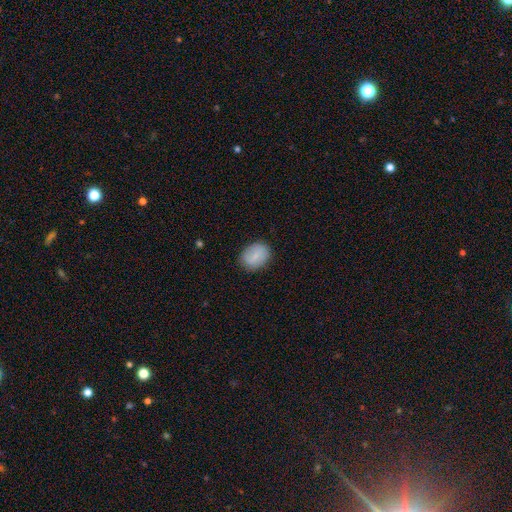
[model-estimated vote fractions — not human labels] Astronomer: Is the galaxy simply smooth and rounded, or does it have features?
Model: smooth — 67%.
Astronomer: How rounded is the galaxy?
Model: in between — 54% (runner-up: round, 45%).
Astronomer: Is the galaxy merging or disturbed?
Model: none — 84%.